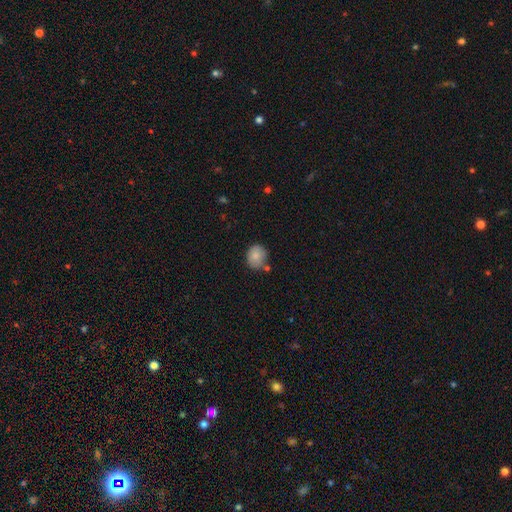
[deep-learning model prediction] Q: Smooth or featured?
A: smooth (83%); runner-up: featured or disk (9%)
Q: How rounded?
A: round (65%); runner-up: in between (34%)
Q: Merging?
A: none (67%); runner-up: minor disturbance (20%)